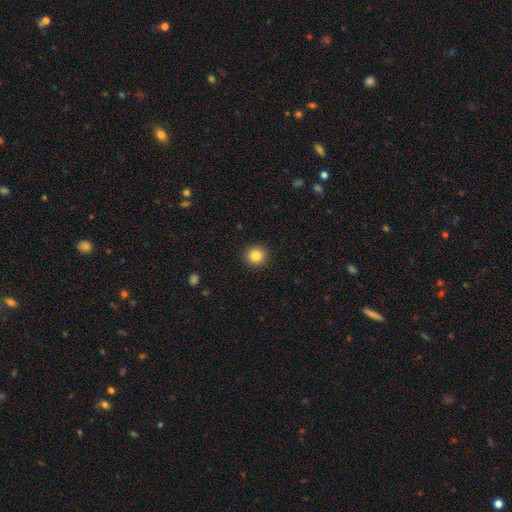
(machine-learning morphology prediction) Smooth or featured?
  - smooth: 84% *
  - star or artifact: 10%
  - featured or disk: 5%
How rounded?
  - round: 93% *
  - in between: 6%
  - cigar-shaped: 1%
Merging?
  - none: 92% *
  - minor disturbance: 5%
  - major disturbance: 2%
  - merger: 1%